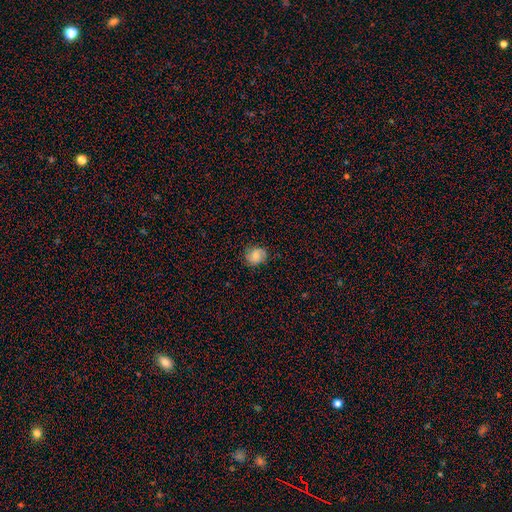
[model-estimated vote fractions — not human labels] smooth 51%, featured or disk 39%, star or artifact 10%. Down the decision tree: how rounded — round (68%); merging — none (79%).